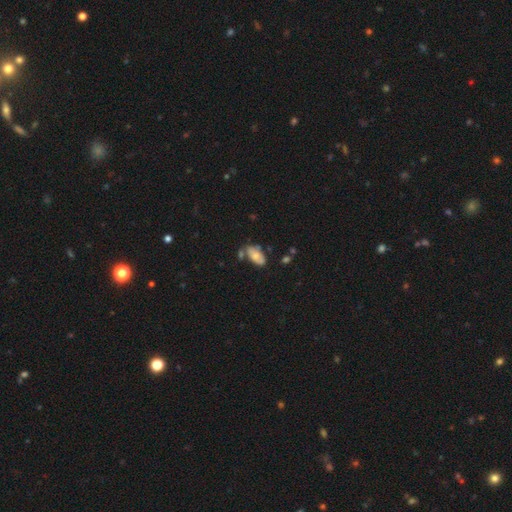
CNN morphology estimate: Smooth or featured? smooth (65%)
How rounded? in between (94%)
Merging? none (51%)